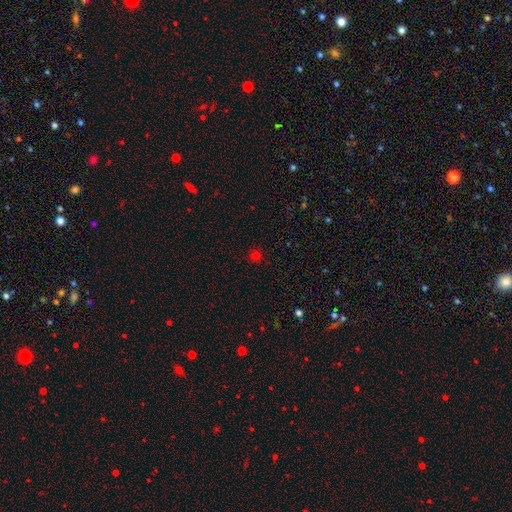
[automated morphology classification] The model was most divided on "smooth or featured": smooth: 69%, star or artifact: 26%, featured or disk: 4%. More confident: how rounded — round (92%); merging — none (89%).